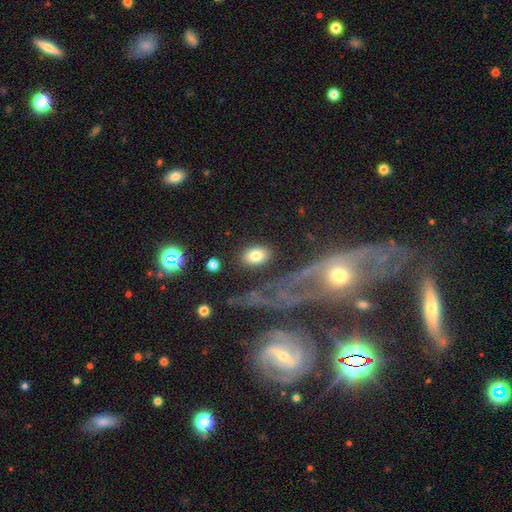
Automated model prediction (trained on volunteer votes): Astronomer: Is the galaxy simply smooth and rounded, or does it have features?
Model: smooth — 79%.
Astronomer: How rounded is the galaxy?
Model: in between — 81%.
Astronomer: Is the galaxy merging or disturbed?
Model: none — 81%.